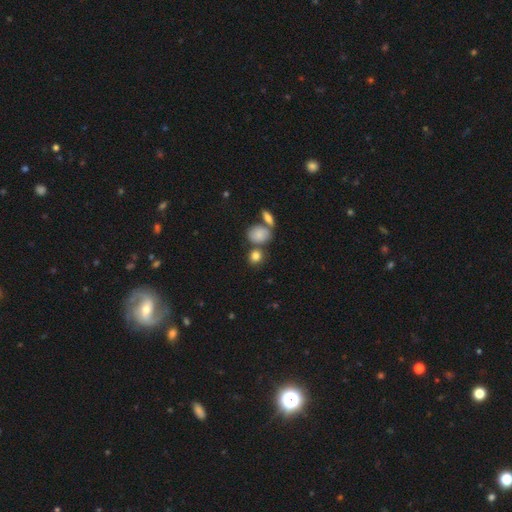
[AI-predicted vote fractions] smooth 83%, star or artifact 10%, featured or disk 8%. Down the decision tree: how rounded — round (71%); merging — none (59%).